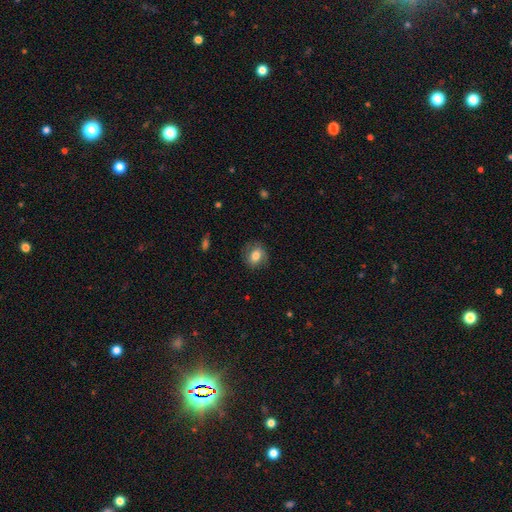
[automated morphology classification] Overall: smooth (76%). How rounded: round (53%; in between 45%). Merging: none (80%).